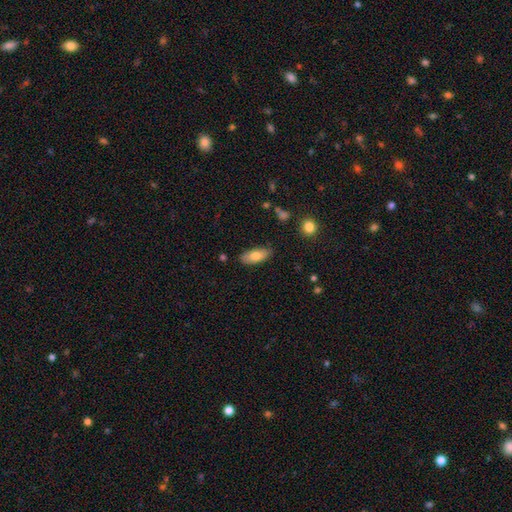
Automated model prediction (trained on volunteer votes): This is likely a smooth galaxy (78%). How rounded: clearly in between (81%). Merging: clearly none (83%).